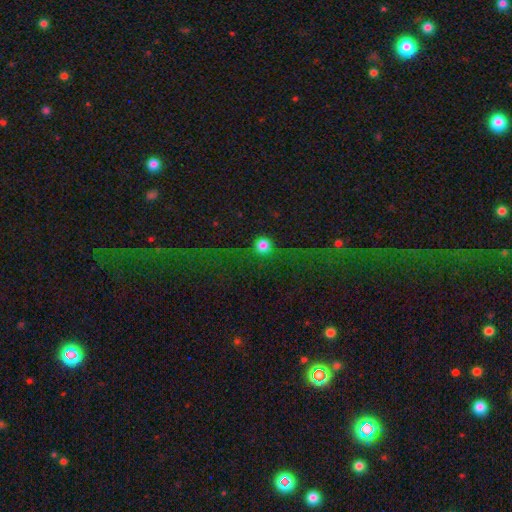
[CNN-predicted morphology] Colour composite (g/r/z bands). It shows a star or artifact, not a galaxy (70%).